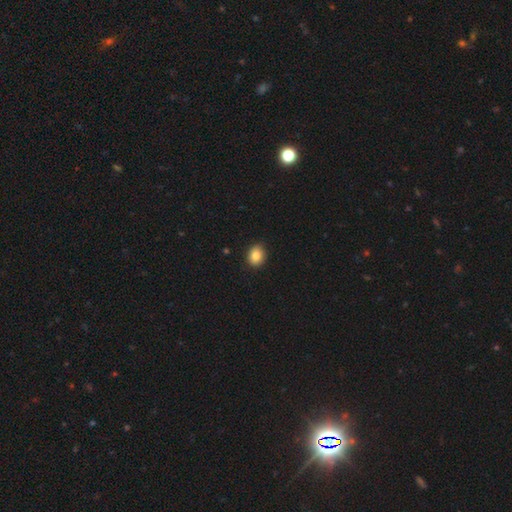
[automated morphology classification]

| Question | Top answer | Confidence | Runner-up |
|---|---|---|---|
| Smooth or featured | smooth | 85% | star or artifact (9%) |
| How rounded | round | 54% | in between (45%) |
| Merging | none | 90% | minor disturbance (8%) |